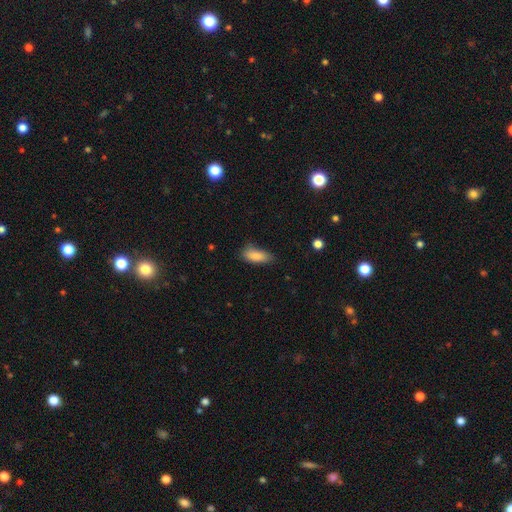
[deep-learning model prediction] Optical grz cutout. It shows a smooth galaxy with no disk features (86%) that is in between round and cigar-shaped (79%). Merging: none (66%).